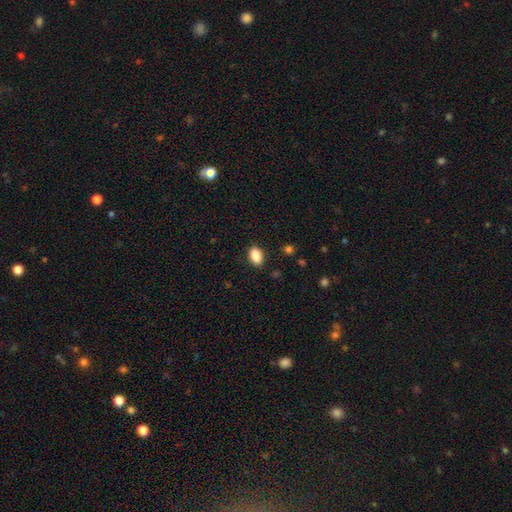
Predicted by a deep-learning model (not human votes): smooth_or_featured: smooth (p=0.88) [alt: star or artifact p=0.08]
how_rounded: in between (p=0.88) [alt: round p=0.10]
merging: none (p=0.88) [alt: minor disturbance p=0.09]